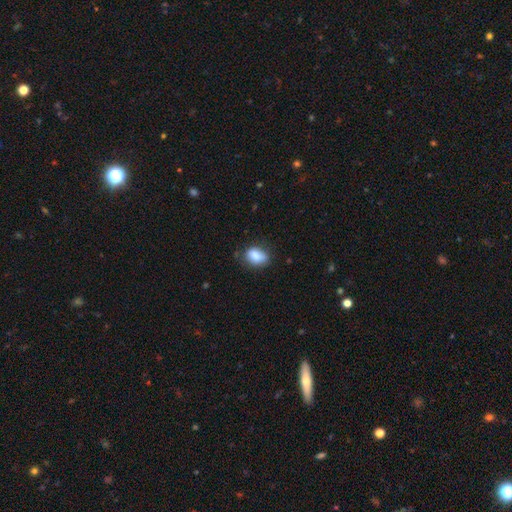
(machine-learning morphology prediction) The model was most divided on "merging": none: 65%, minor disturbance: 27%, major disturbance: 6%, merger: 2%. More confident: smooth or featured — smooth (84%); how rounded — in between (78%).